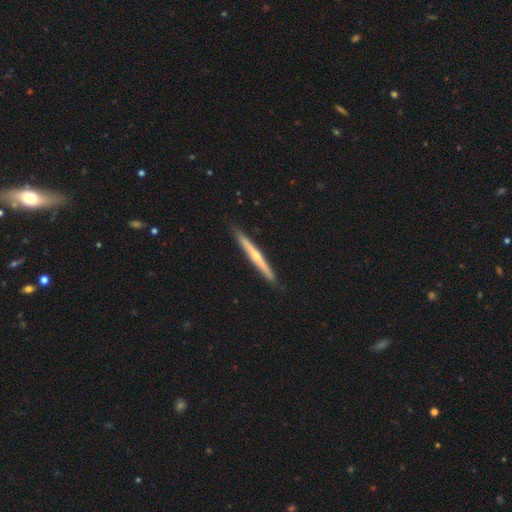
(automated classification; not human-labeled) The model was most divided on "smooth or featured": featured or disk: 64%, smooth: 31%, star or artifact: 5%. More confident: edge-on disk — yes (97%); merging — none (90%); edge-on bulge — rounded (69%).